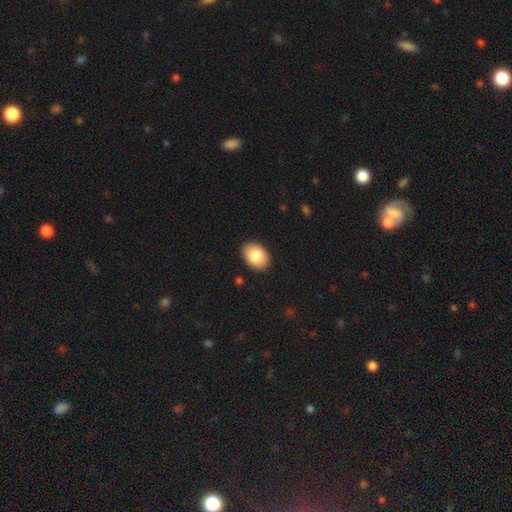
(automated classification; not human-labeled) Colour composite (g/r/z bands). It shows a smooth galaxy with no disk features (85%) that is in between round and cigar-shaped (82%). Merging: none (89%).